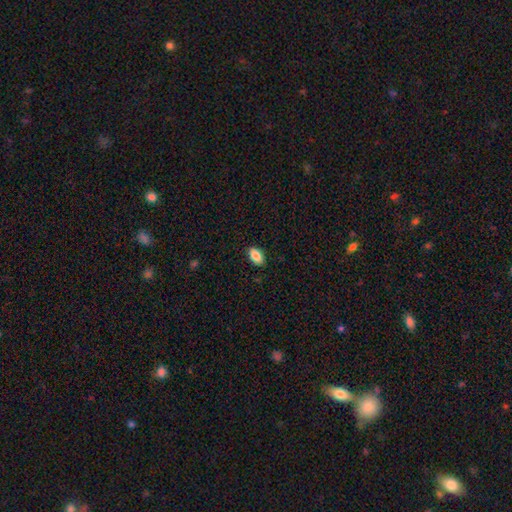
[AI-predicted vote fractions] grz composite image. It shows a smooth galaxy with no disk features (87%) that is in between round and cigar-shaped (92%). Merging: none (88%).